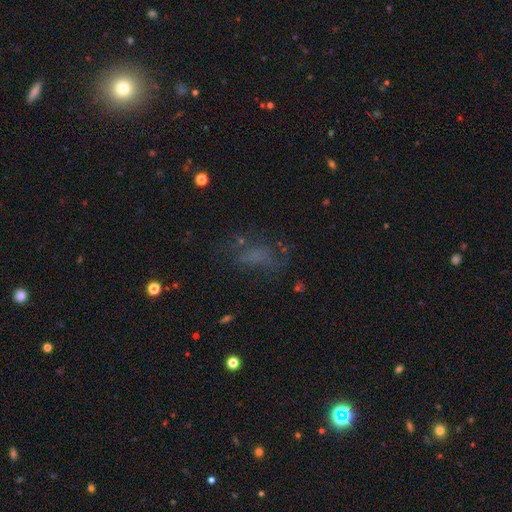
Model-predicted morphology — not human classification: Smooth or featured? Predicted: smooth (p=0.44). Merging? Predicted: none (p=0.51).